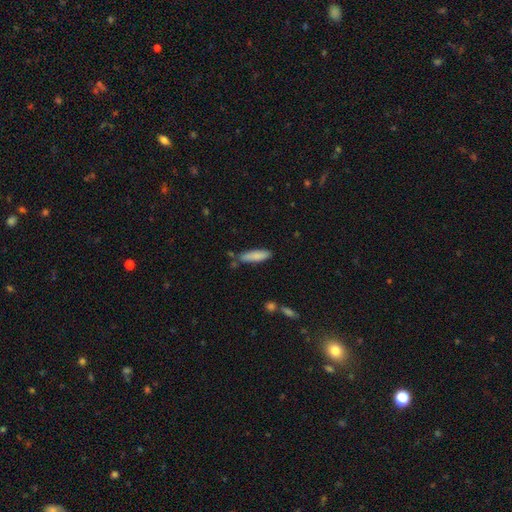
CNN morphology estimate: The model was most divided on "how rounded": cigar-shaped: 63%, in between: 35%, round: 1%. More confident: smooth or featured — smooth (85%); merging — none (73%).